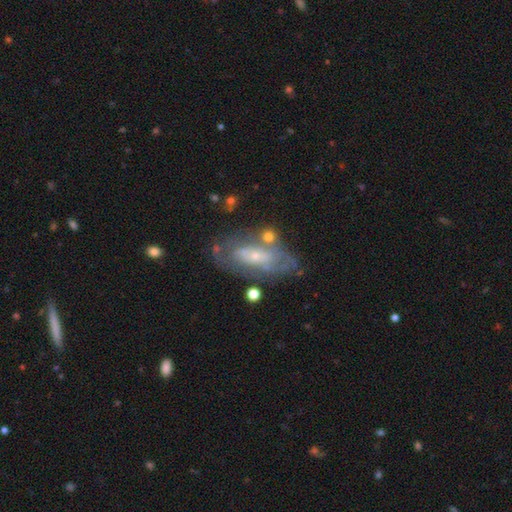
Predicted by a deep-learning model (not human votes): Smooth or featured? Predicted: featured or disk (p=0.69). Edge-on disk? Predicted: no (p=0.87). Bar? Predicted: no (p=0.70). Spiral arms? Predicted: yes (p=0.62). Bulge size? Predicted: small (p=0.76). Merging? Predicted: none (p=0.58).